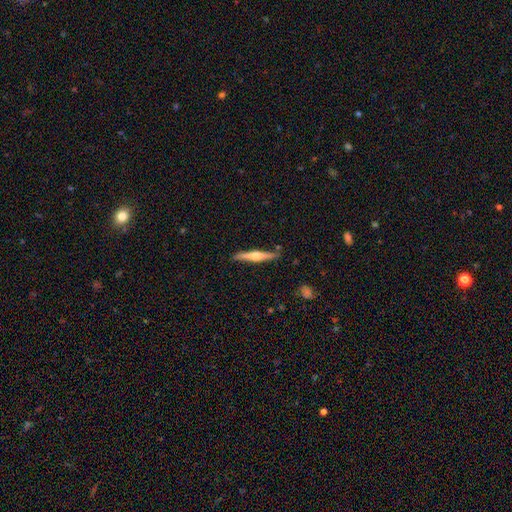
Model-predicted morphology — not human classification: The model was most divided on "smooth or featured": featured or disk: 61%, smooth: 34%, star or artifact: 5%. More confident: edge-on disk — yes (97%); edge-on bulge — rounded (89%); merging — none (86%).